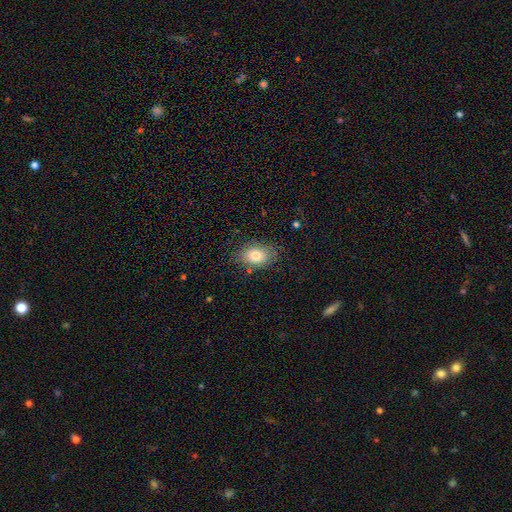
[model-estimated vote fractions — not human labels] Q: Smooth or featured?
A: smooth (78%); runner-up: featured or disk (12%)
Q: How rounded?
A: in between (78%); runner-up: round (21%)
Q: Merging?
A: none (78%); runner-up: minor disturbance (16%)